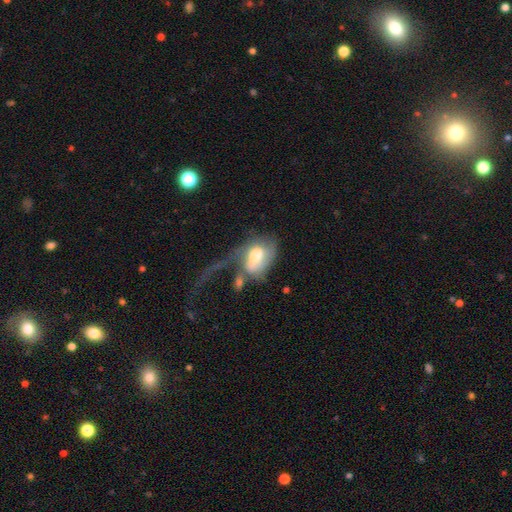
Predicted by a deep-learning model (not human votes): Smooth or featured? Predicted: smooth (p=0.51). How rounded? Predicted: in between (p=0.81). Merging? Predicted: major disturbance (p=0.55).